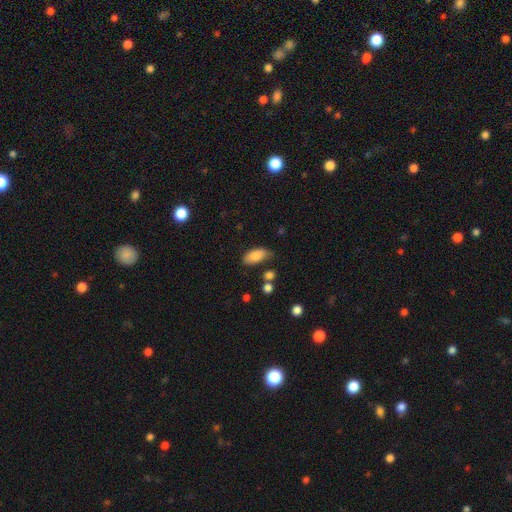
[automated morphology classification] The model was most divided on "merging": none: 67%, minor disturbance: 23%, major disturbance: 5%, merger: 4%. More confident: how rounded — in between (90%); smooth or featured — smooth (86%).